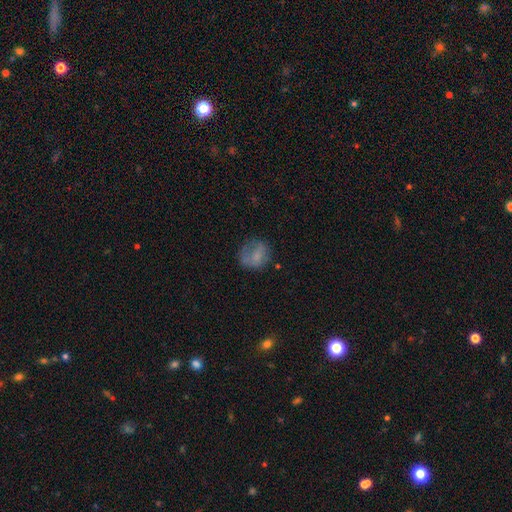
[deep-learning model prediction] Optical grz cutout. It shows a smooth galaxy with no disk features (68%) that is round (69%). Merging: none (55%).